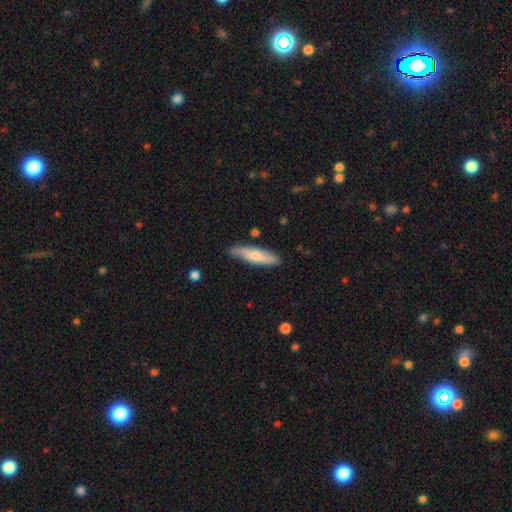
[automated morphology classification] This appears to be a smooth galaxy with no disk features (66%) that is cigar-shaped (73%). Merging: none (82%).